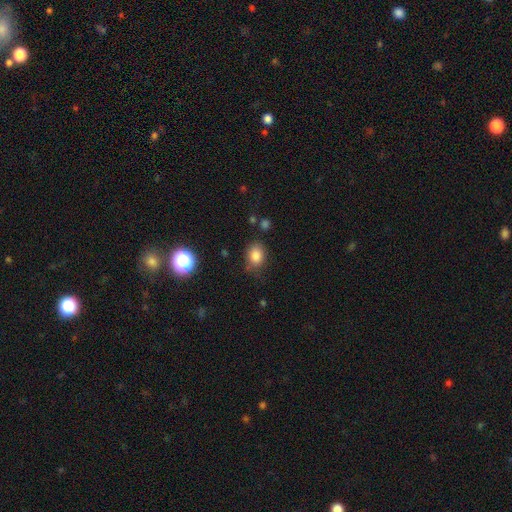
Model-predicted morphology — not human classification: A smooth galaxy with no disk features (83%) that is in between round and cigar-shaped (60%). Merging: none (73%).